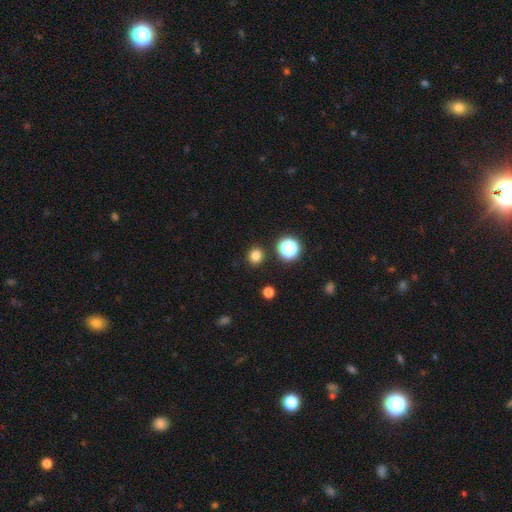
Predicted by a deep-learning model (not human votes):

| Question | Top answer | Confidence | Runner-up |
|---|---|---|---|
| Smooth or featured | smooth | 79% | star or artifact (16%) |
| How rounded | round | 87% | in between (12%) |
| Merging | none | 90% | minor disturbance (6%) |